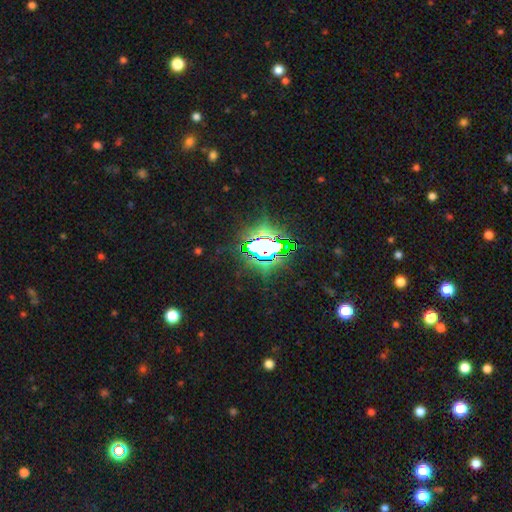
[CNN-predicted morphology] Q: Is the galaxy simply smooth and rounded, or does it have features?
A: star or artifact — 80%.